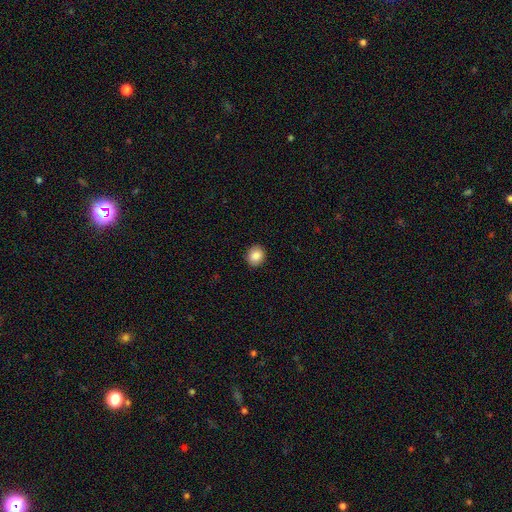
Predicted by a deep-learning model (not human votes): A smooth galaxy with no disk features (87%) that is round (73%).

Vote fractions:
- Smooth or featured? smooth: 87% / star or artifact: 9% / featured or disk: 4%
- How rounded? round: 73% / in between: 26% / cigar-shaped: 1%
- Merging? none: 91% / minor disturbance: 6% / major disturbance: 2% / merger: 1%